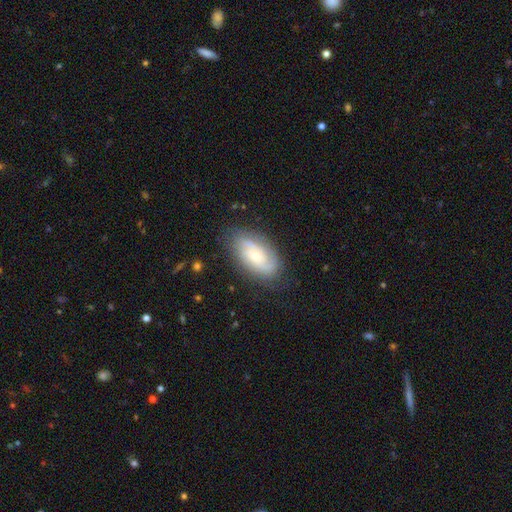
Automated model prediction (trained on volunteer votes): A featured or disk galaxy (69%) with no bar (65%), 2 (50%) tight (46%) spiral arms (92%) and a small central bulge (54%).

Vote fractions:
- Smooth or featured? featured or disk: 69% / smooth: 24% / star or artifact: 7%
- Edge-on disk? no: 94% / yes: 6%
- Bar? no: 65% / weak: 30% / strong: 5%
- Spiral arms? yes: 92% / no: 8%
- Spiral winding? tight: 46% / medium: 39% / loose: 15%
- Spiral arm count? 2: 50% / can't tell: 25% / 3: 15% / 1: 4% / 4: 3% / more than 4: 3%
- Bulge size? small: 54% / moderate: 37% / large: 4% / none: 3% / dominant: 1%
- Merging? none: 77% / minor disturbance: 16% / major disturbance: 5% / merger: 1%